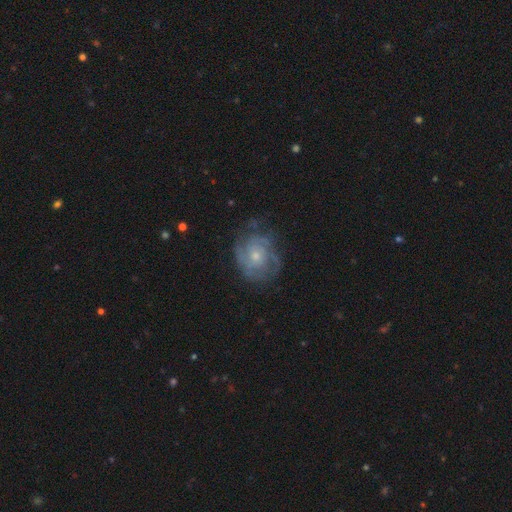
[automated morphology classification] A featured or disk galaxy (75%) with no bar (79%), tight (54%) spiral arms (87%) and a small central bulge (59%). Merging: none (66%).